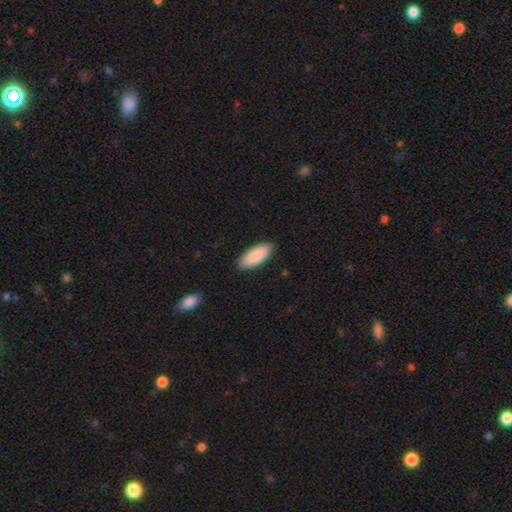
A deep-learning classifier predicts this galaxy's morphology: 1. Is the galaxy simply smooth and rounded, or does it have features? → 89% smooth, 6% featured or disk, 5% star or artifact.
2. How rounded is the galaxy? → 82% in between, 17% cigar-shaped, 1% round.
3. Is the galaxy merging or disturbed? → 87% none, 10% minor disturbance, 2% major disturbance, 1% merger.